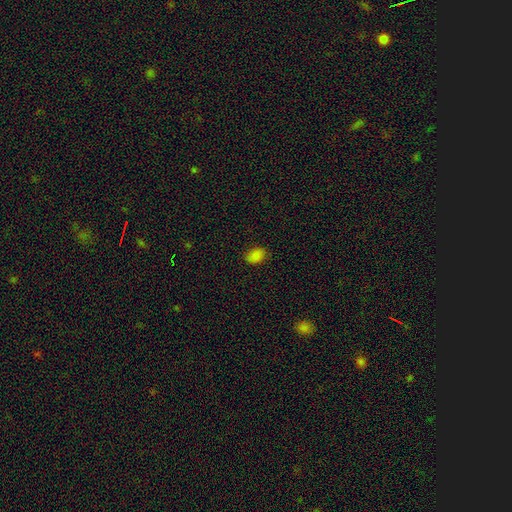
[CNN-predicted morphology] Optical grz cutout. It shows a smooth galaxy with no disk features (84%) that is in between round and cigar-shaped (81%). Merging: none (83%).